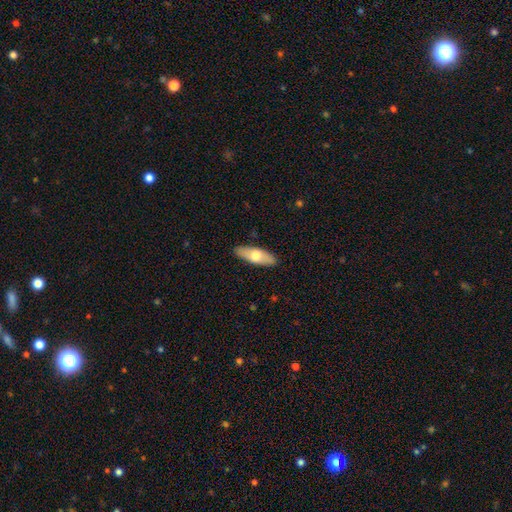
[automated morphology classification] A smooth galaxy with no disk features (65%) that is in between round and cigar-shaped (66%). Merging: none (89%).